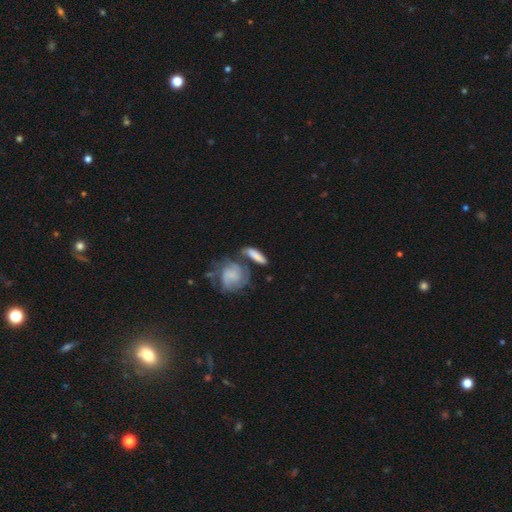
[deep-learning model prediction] Smooth or featured?
  - smooth: 61% *
  - featured or disk: 32%
  - star or artifact: 8%
How rounded?
  - cigar-shaped: 50% *
  - in between: 43%
  - round: 7%
Merging?
  - none: 52% *
  - merger: 22%
  - minor disturbance: 18%
  - major disturbance: 8%